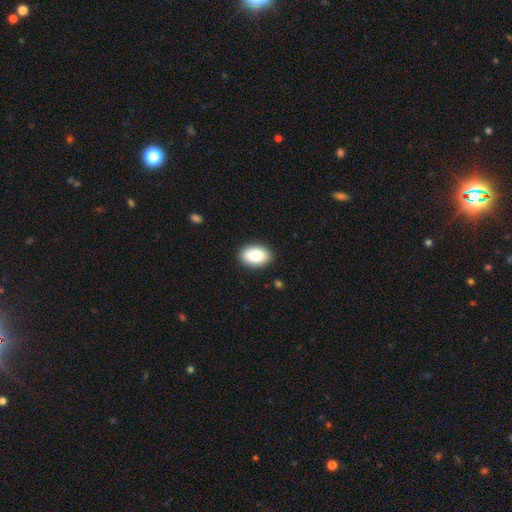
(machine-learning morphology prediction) This is clearly a smooth galaxy (84%). How rounded: clearly in between (89%). Merging: clearly none (86%).